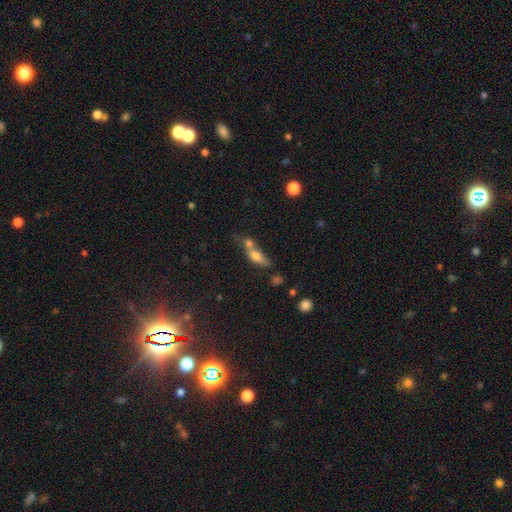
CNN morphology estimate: smooth 64%, featured or disk 25%, star or artifact 11%. Down the decision tree: how rounded — in between (61%); merging — merger (56%).